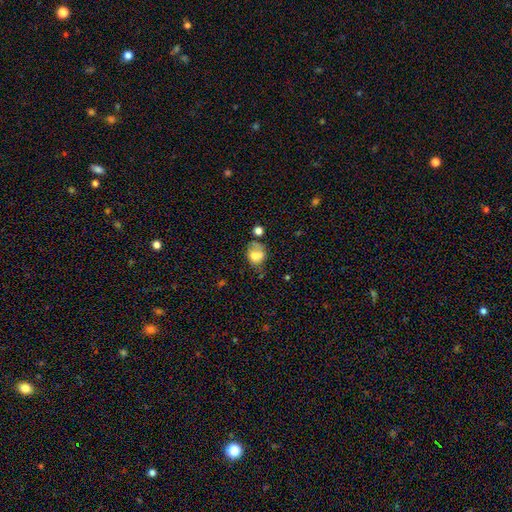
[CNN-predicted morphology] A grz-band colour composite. It shows a smooth galaxy with no disk features (66%) that is in between round and cigar-shaped (52%). Merging: none (32%).